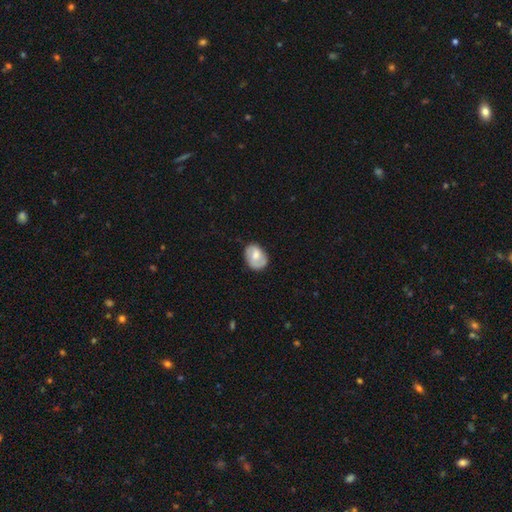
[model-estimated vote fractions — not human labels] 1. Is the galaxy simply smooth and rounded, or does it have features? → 54% smooth, 39% featured or disk, 7% star or artifact.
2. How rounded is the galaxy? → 69% in between, 30% round, 1% cigar-shaped.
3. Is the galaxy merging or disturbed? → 71% none, 21% minor disturbance, 6% major disturbance, 1% merger.